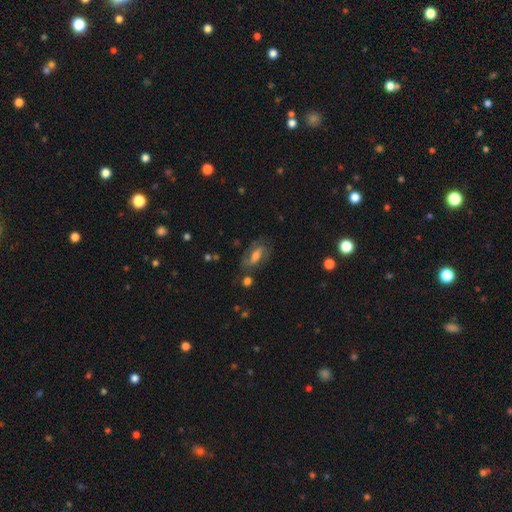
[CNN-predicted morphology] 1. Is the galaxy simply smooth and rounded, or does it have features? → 62% featured or disk, 29% smooth, 9% star or artifact.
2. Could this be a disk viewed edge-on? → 91% no, 9% yes.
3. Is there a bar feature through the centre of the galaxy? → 43% weak, 32% no, 26% strong.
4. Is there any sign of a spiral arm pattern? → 85% yes, 15% no.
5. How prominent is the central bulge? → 48% moderate, 23% small, 20% large, 6% none, 2% dominant.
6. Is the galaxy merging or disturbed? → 66% none, 19% minor disturbance, 11% major disturbance, 4% merger.